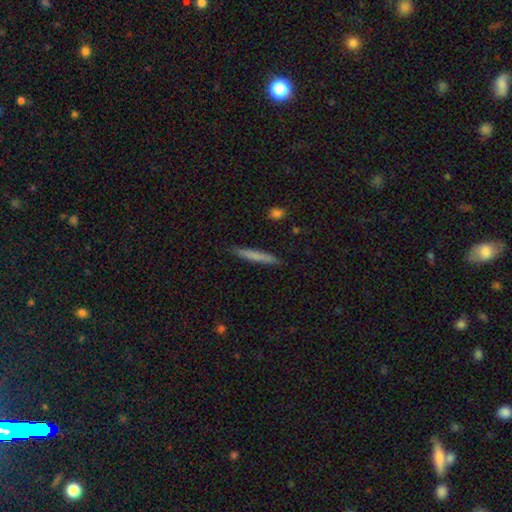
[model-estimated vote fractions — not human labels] Smooth or featured: smooth — 73% (featured or disk — 21%)
How rounded: cigar-shaped — 96% (in between — 3%)
Merging: none — 88% (minor disturbance — 9%)